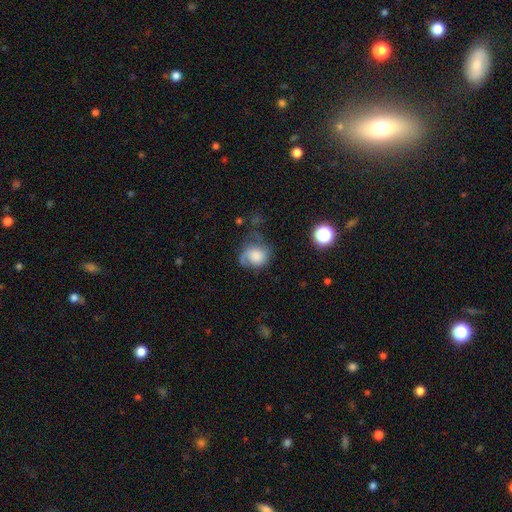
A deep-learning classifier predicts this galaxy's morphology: The model was most divided on "merging": none: 37%, major disturbance: 32%, minor disturbance: 27%, merger: 4%. More confident: how rounded — round (64%); smooth or featured — smooth (56%).